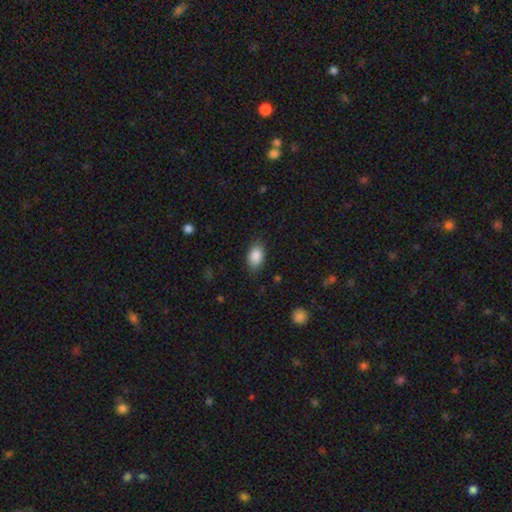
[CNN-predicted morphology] Smooth or featured: smooth — 88% (star or artifact — 7%)
How rounded: in between — 89% (round — 10%)
Merging: none — 82% (minor disturbance — 13%)